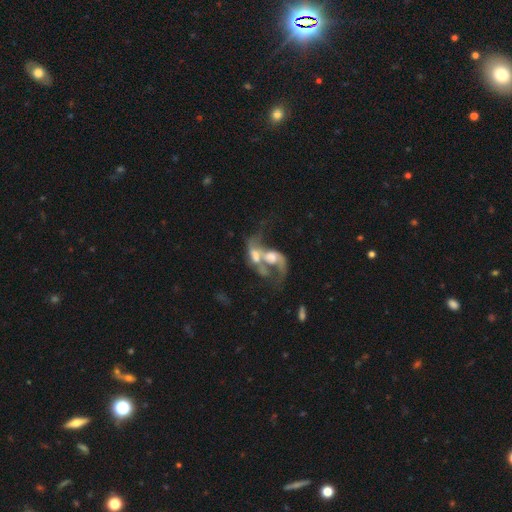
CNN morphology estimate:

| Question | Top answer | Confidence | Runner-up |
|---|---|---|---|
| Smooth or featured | featured or disk | 68% | smooth (23%) |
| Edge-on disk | no | 96% | yes (4%) |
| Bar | no | 69% | weak (23%) |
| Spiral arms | yes | 64% | no (36%) |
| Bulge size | moderate | 35% | large (28%) |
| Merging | merger | 74% | major disturbance (14%) |